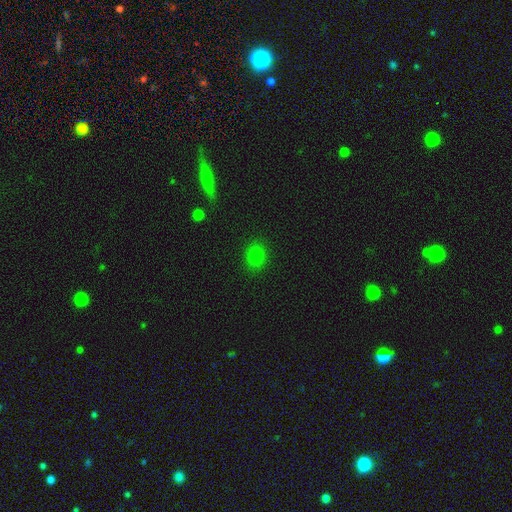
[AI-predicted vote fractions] Q: Smooth or featured?
A: smooth (80%); runner-up: star or artifact (15%)
Q: How rounded?
A: round (67%); runner-up: in between (32%)
Q: Merging?
A: none (88%); runner-up: minor disturbance (8%)